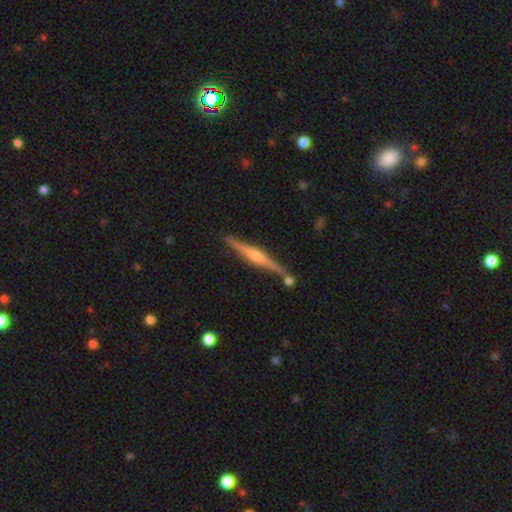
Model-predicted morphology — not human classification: Overall: featured or disk (82%). Edge-on disk: yes (98%). Edge-on bulge: rounded (90%). Merging: none (87%).